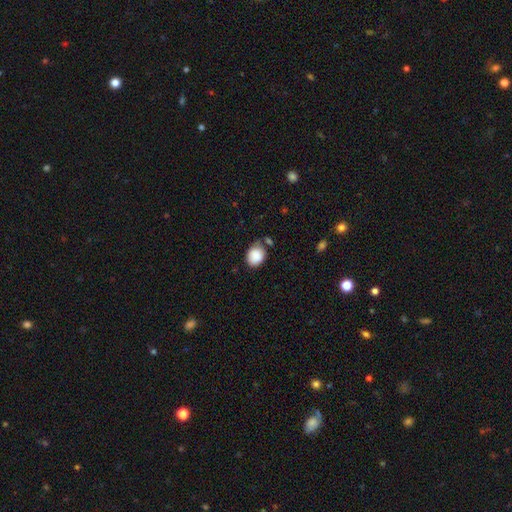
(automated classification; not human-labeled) Smooth or featured? Predicted: smooth (p=0.88). How rounded? Predicted: round (p=0.52). Merging? Predicted: none (p=0.59).